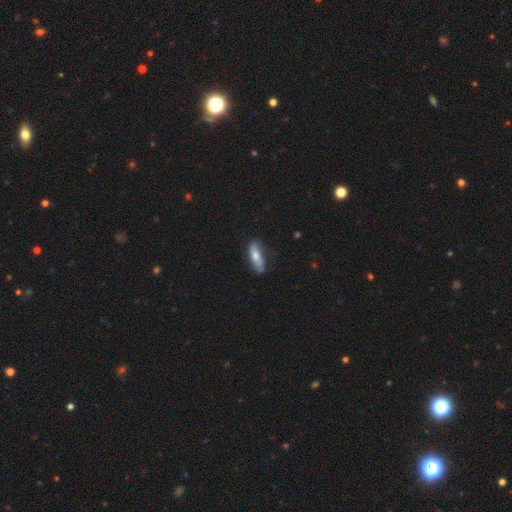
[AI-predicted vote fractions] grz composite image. It shows a smooth galaxy with no disk features (66%) that is in between round and cigar-shaped (51%). Merging: none (73%).